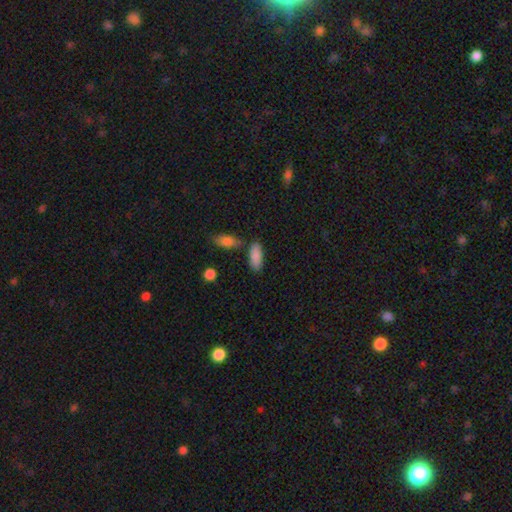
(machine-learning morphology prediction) Q: Smooth or featured?
A: smooth (87%); runner-up: star or artifact (7%)
Q: How rounded?
A: in between (82%); runner-up: cigar-shaped (16%)
Q: Merging?
A: none (70%); runner-up: minor disturbance (14%)